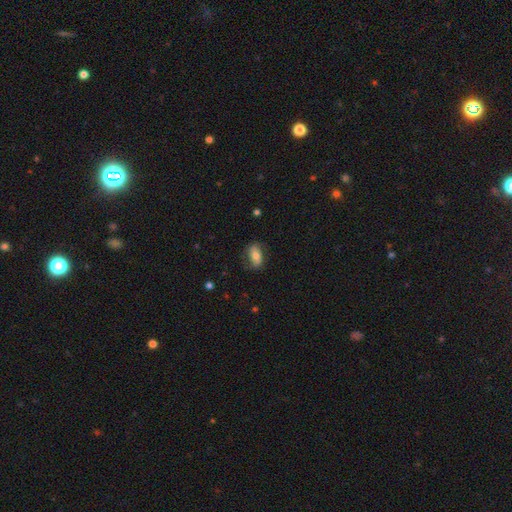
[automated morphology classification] Smooth or featured? Predicted: smooth (p=0.61). How rounded? Predicted: in between (p=0.87). Merging? Predicted: none (p=0.73).